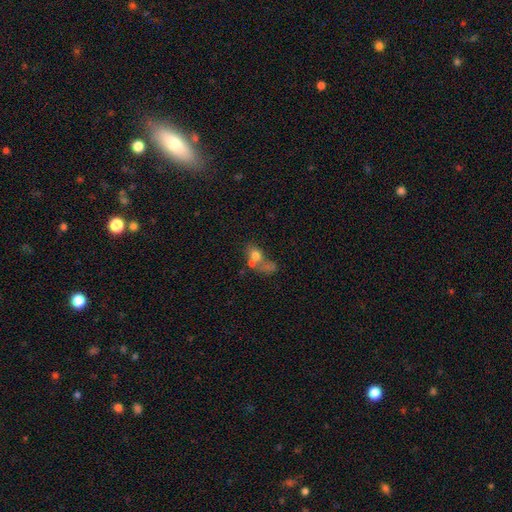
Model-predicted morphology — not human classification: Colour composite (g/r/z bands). It shows a smooth galaxy with no disk features (60%) that is in between round and cigar-shaped (53%). Merging: merger (60%).